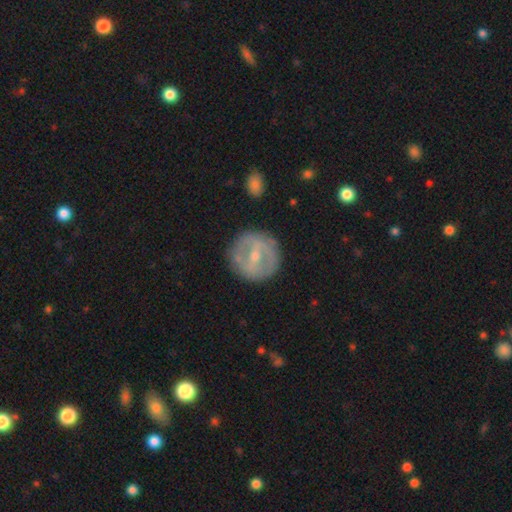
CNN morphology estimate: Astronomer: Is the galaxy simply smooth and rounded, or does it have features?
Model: featured or disk — 69%.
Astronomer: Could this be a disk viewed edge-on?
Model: no — 94%.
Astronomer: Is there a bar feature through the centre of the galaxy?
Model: strong — 42% (runner-up: weak, 40%).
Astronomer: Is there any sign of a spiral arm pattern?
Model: no — 56% (runner-up: yes, 44%).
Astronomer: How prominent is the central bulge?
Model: small — 55% (runner-up: moderate, 42%).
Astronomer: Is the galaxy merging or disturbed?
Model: none — 84%.